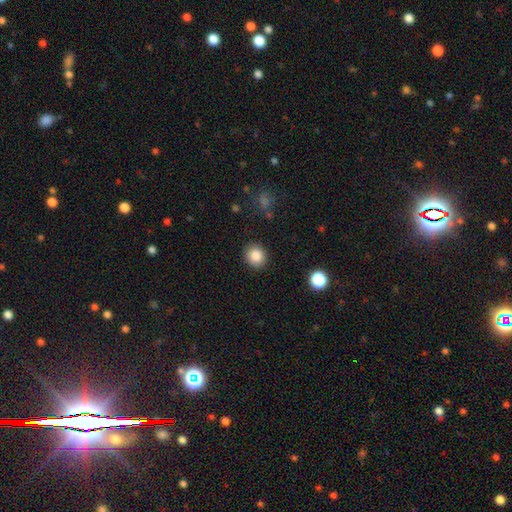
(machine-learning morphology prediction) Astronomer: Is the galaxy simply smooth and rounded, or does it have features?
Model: smooth — 86%.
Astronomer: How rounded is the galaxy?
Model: round — 81%.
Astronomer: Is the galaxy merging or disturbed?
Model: none — 89%.